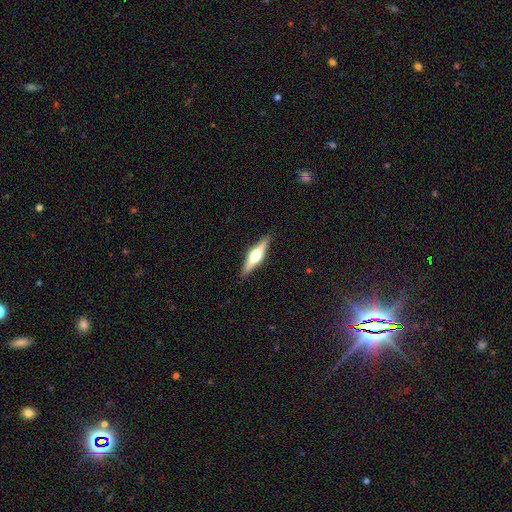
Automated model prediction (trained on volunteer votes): Smooth or featured? Predicted: featured or disk (p=0.69). Edge-on disk? Predicted: yes (p=0.97). Edge-on bulge? Predicted: rounded (p=0.94). Merging? Predicted: none (p=0.90).